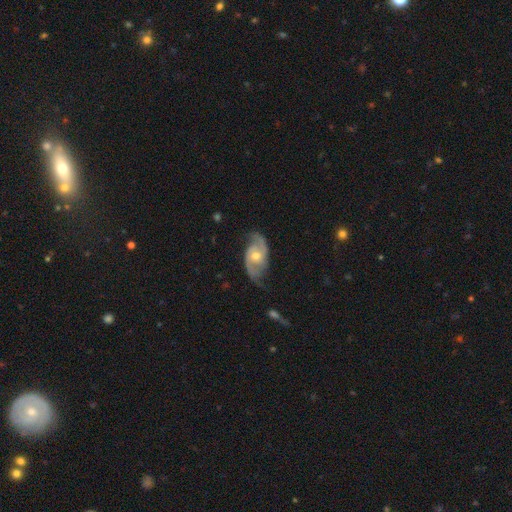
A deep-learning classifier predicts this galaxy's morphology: Smooth or featured? featured or disk (86%)
Edge-on disk? no (96%)
Bar? no (61%)
Spiral arms? yes (96%)
Spiral winding? medium (47%)
Spiral arm count? 2 (89%)
Bulge size? moderate (69%)
Merging? none (72%)